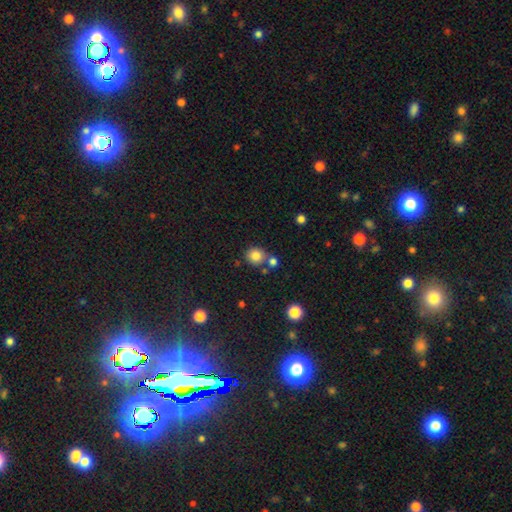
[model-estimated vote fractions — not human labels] smooth-or-featured: smooth: 82% | star or artifact: 11% | featured or disk: 6%
  how-rounded: round: 86% | in between: 13% | cigar-shaped: 1%
  merging: none: 68% | merger: 19% | minor disturbance: 10% | major disturbance: 3%